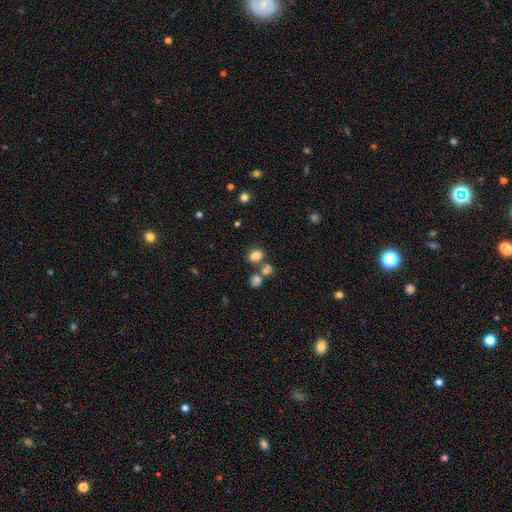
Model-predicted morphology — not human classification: smooth 81%, star or artifact 12%, featured or disk 7%. Down the decision tree: how rounded — in between (70%); merging — none (62%).